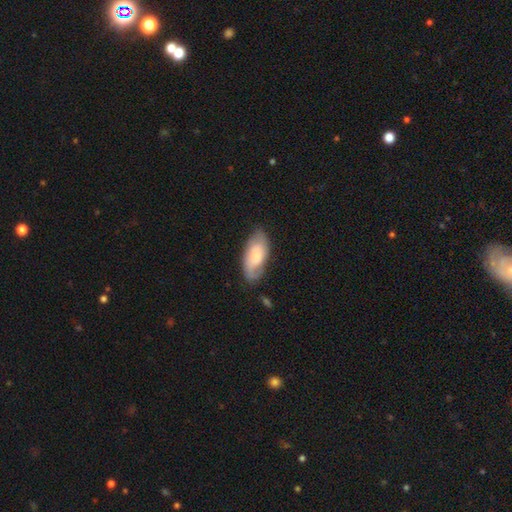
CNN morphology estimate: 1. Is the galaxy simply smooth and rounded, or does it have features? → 58% smooth, 36% featured or disk, 6% star or artifact.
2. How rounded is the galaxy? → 92% in between, 6% cigar-shaped, 2% round.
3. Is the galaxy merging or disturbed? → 68% none, 23% minor disturbance, 7% major disturbance, 2% merger.